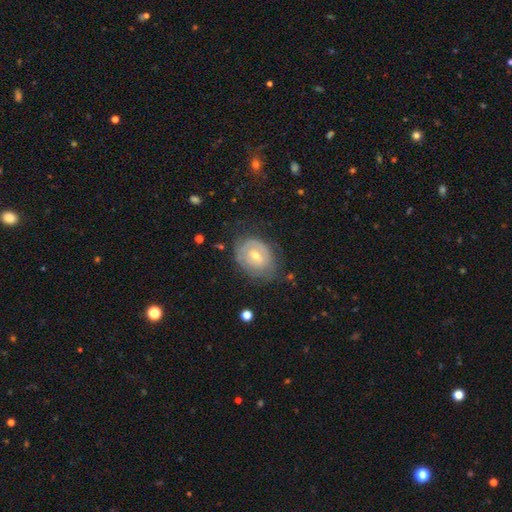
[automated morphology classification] Overall: featured or disk (64%; smooth 29%). Edge-on disk: no (95%). Bar: weak (45%; no 44%). Spiral arms: yes (63%; no 37%). Bulge size: moderate (53%; small 43%). Merging: none (63%; minor disturbance 25%).